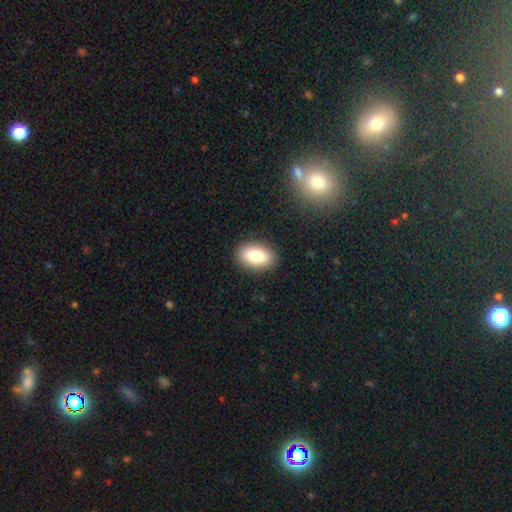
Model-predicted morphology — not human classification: Q: Smooth or featured?
A: smooth (84%); runner-up: featured or disk (9%)
Q: How rounded?
A: in between (91%); runner-up: round (7%)
Q: Merging?
A: none (88%); runner-up: minor disturbance (8%)